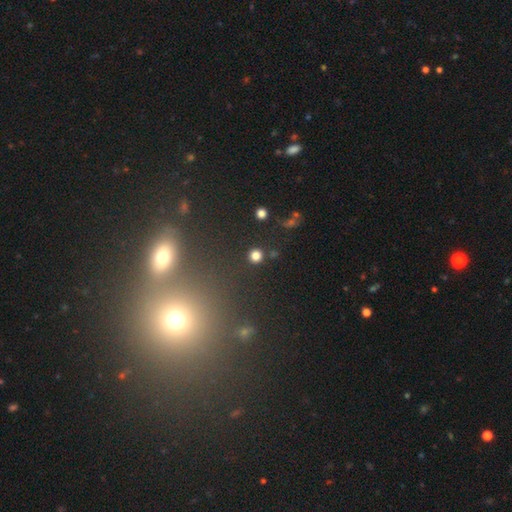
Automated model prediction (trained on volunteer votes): Smooth or featured? smooth (81%)
How rounded? round (93%)
Merging? none (90%)